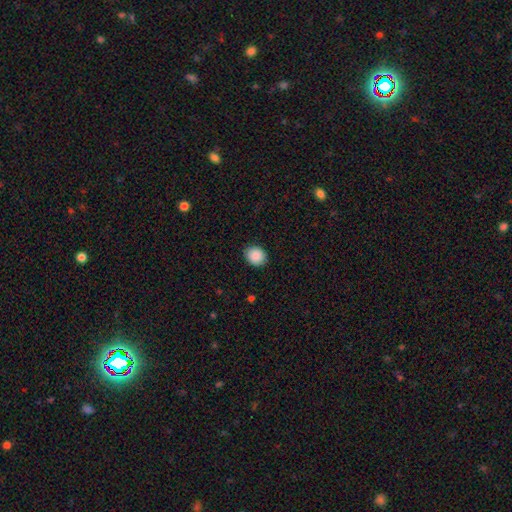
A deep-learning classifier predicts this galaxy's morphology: This appears to be a smooth galaxy with no disk features (88%) that is round (64%). Merging: none (89%).